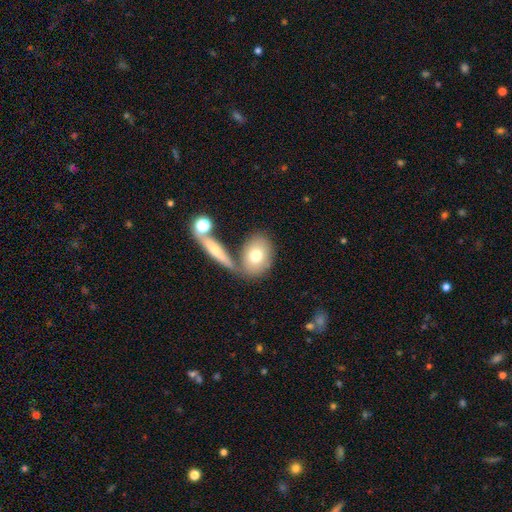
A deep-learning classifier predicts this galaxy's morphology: Q: Smooth or featured?
A: smooth (73%); runner-up: featured or disk (20%)
Q: How rounded?
A: in between (64%); runner-up: round (32%)
Q: Merging?
A: none (63%); runner-up: merger (20%)